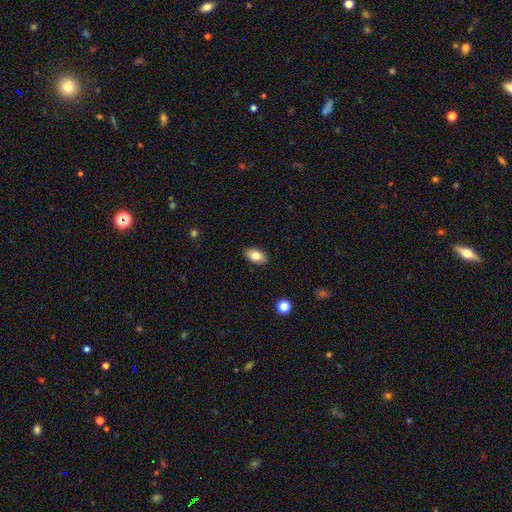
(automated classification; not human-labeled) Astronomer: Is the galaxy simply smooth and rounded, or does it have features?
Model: smooth — 81%.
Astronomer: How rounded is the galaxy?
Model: in between — 92%.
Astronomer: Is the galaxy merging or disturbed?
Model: none — 89%.